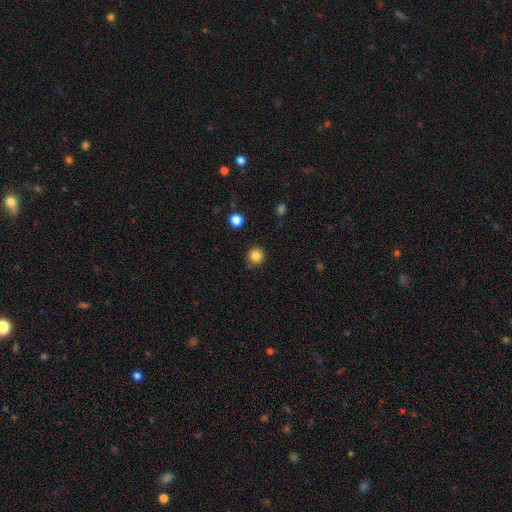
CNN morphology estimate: Smooth or featured?
  - smooth: 85% *
  - star or artifact: 11%
  - featured or disk: 4%
How rounded?
  - round: 94% *
  - in between: 5%
  - cigar-shaped: 1%
Merging?
  - none: 87% *
  - minor disturbance: 8%
  - merger: 2%
  - major disturbance: 2%